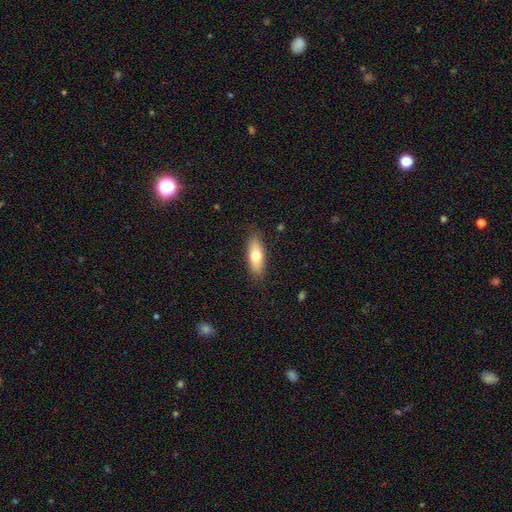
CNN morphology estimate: Smooth or featured: smooth — 71% (featured or disk — 23%)
How rounded: in between — 70% (cigar-shaped — 27%)
Merging: none — 86% (minor disturbance — 11%)